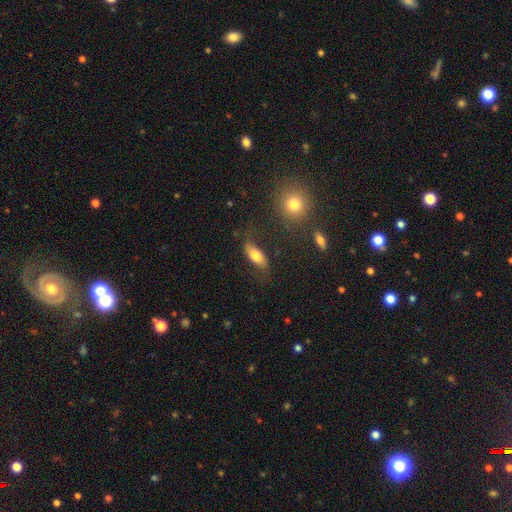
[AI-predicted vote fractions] smooth_or_featured: smooth (p=0.70) [alt: featured or disk p=0.22]
how_rounded: in between (p=0.79) [alt: cigar-shaped p=0.17]
merging: none (p=0.68) [alt: minor disturbance p=0.19]